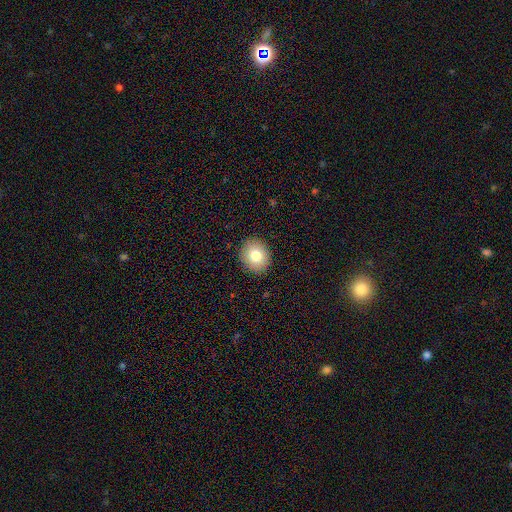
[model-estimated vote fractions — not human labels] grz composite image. It shows a smooth galaxy with no disk features (79%) that is round (74%). Merging: none (91%).